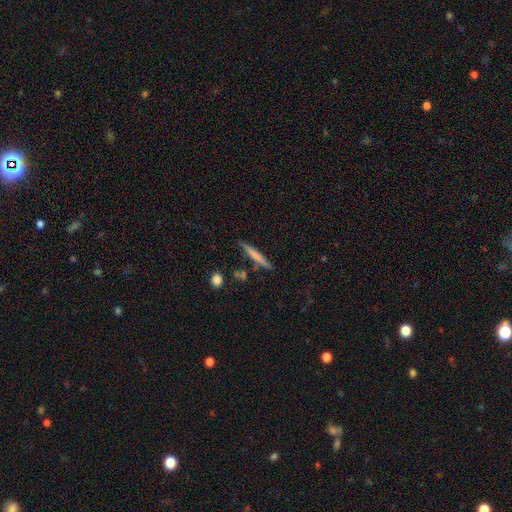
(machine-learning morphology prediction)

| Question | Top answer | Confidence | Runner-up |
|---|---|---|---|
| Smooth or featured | smooth | 61% | featured or disk (33%) |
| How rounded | cigar-shaped | 94% | in between (4%) |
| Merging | none | 83% | minor disturbance (11%) |